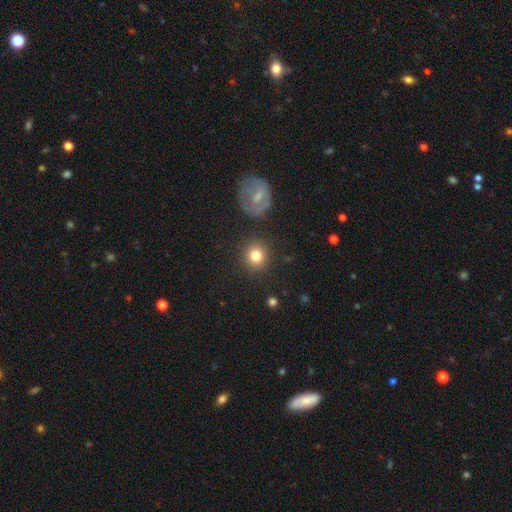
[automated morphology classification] Overall: smooth (82%). How rounded: round (90%). Merging: none (87%).